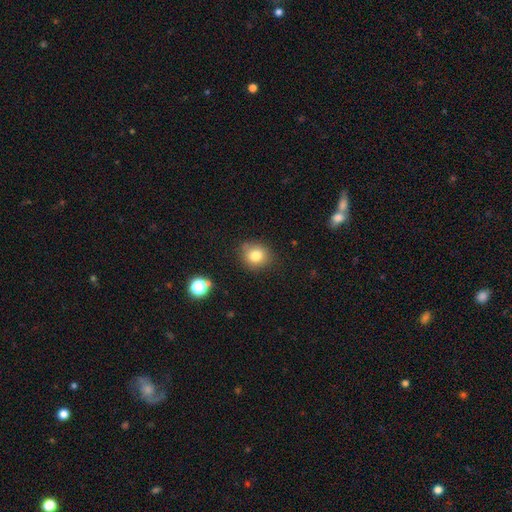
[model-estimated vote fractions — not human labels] Smooth or featured?
  - smooth: 79% *
  - star or artifact: 13%
  - featured or disk: 9%
How rounded?
  - round: 78% *
  - in between: 21%
  - cigar-shaped: 1%
Merging?
  - none: 79% *
  - minor disturbance: 15%
  - major disturbance: 3%
  - merger: 3%